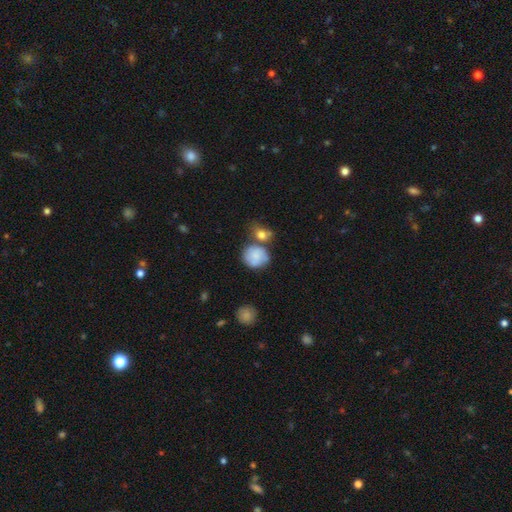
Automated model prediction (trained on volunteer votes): A smooth galaxy with no disk features (68%) that is round (77%). Merging: none (48%).